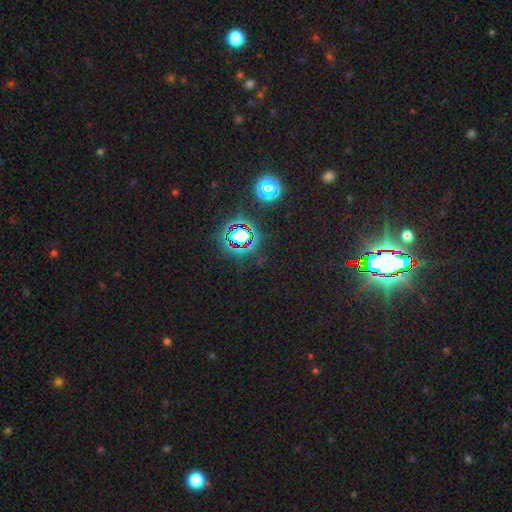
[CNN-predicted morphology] smooth_or_featured: star or artifact (p=0.82) [alt: smooth p=0.11]